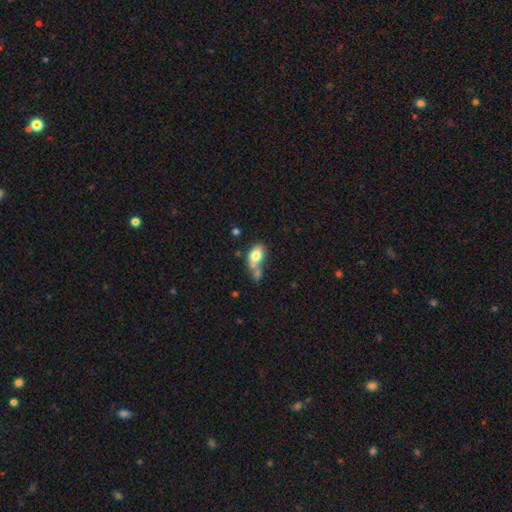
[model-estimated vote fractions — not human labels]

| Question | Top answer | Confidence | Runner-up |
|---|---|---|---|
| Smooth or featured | smooth | 74% | featured or disk (18%) |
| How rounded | in between | 81% | round (16%) |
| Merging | merger | 49% | none (27%) |